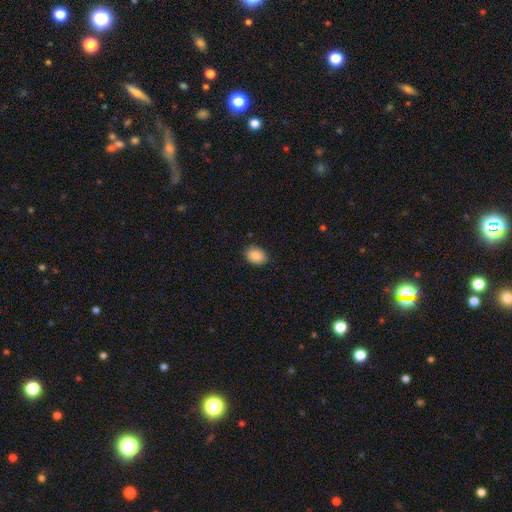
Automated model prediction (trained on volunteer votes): Overall: smooth (88%). How rounded: in between (66%; round 33%). Merging: none (86%).